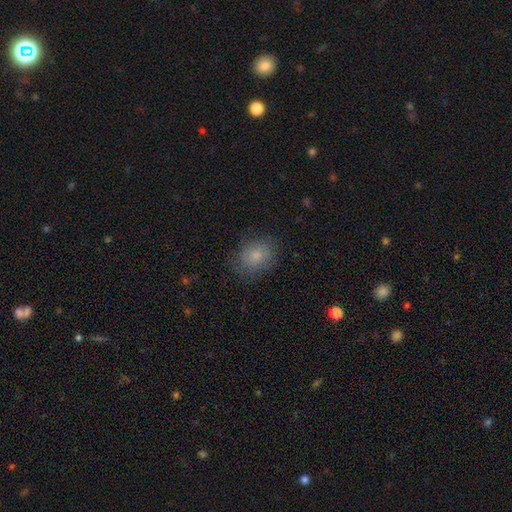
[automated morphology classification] smooth_or_featured: smooth (p=0.80) [alt: featured or disk p=0.11]
how_rounded: round (p=0.53) [alt: in between p=0.46]
merging: none (p=0.76) [alt: minor disturbance p=0.17]